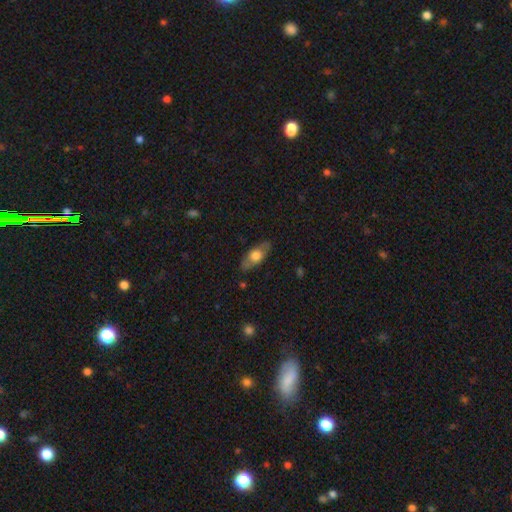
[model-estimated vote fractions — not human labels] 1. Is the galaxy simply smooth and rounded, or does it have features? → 56% smooth, 37% featured or disk, 6% star or artifact.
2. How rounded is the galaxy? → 75% in between, 19% cigar-shaped, 6% round.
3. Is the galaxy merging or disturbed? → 80% none, 15% minor disturbance, 4% major disturbance, 1% merger.